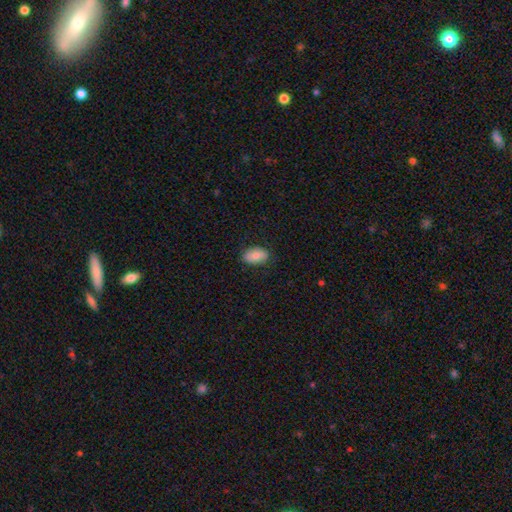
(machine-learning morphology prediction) The model was most divided on "smooth or featured": smooth: 76%, featured or disk: 17%, star or artifact: 7%. More confident: how rounded — in between (91%); merging — none (82%).